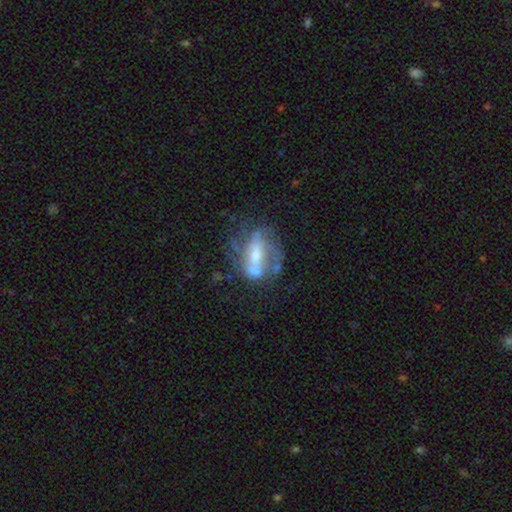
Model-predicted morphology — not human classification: featured or disk 69%, smooth 21%, star or artifact 10%. Down the decision tree: edge-on disk — no (94%); bar — no (43%); spiral arms — yes (51%); bulge size — moderate (45%); merging — none (40%).